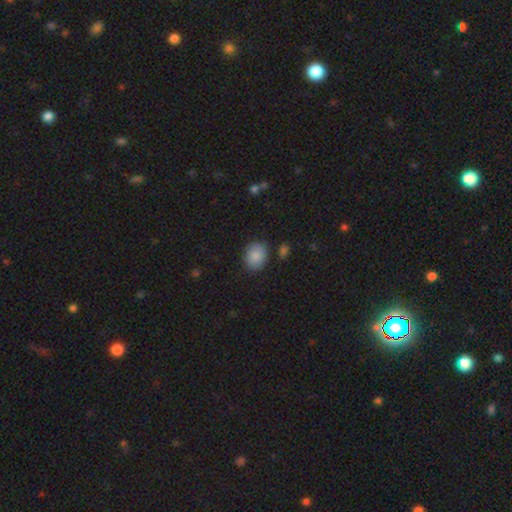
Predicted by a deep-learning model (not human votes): Morphology: type=smooth (87%); roundness=in between (51%); merging=none (82%).